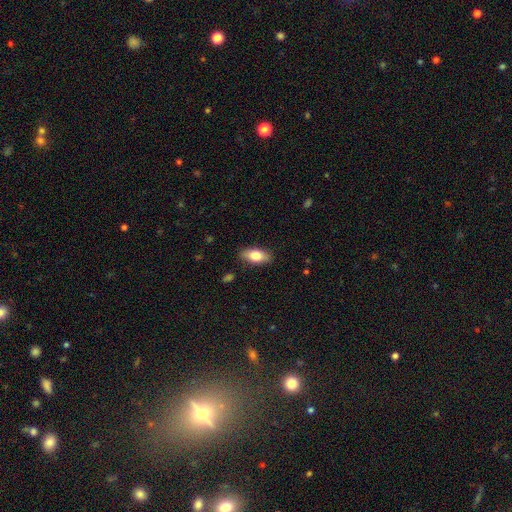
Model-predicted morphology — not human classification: The model was most divided on "smooth or featured": smooth: 78%, featured or disk: 15%, star or artifact: 6%. More confident: how rounded — in between (86%); merging — none (86%).